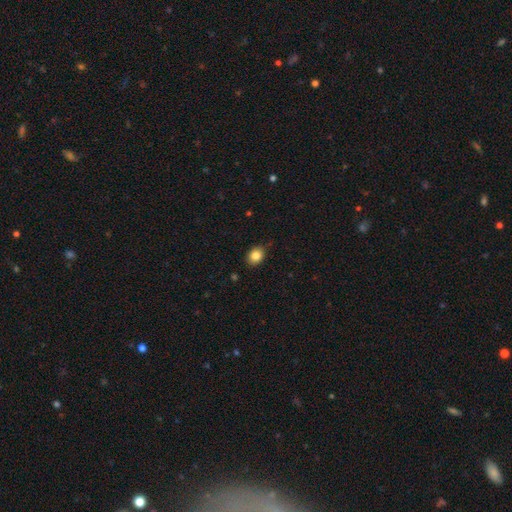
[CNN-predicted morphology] Smooth or featured? Predicted: smooth (p=0.85). How rounded? Predicted: in between (p=0.55). Merging? Predicted: none (p=0.84).